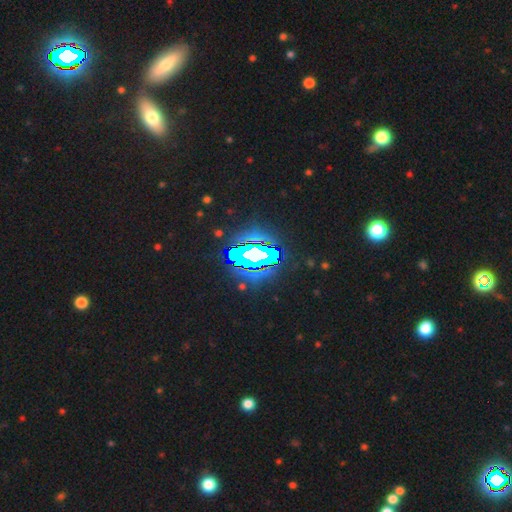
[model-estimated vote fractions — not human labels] Q: Smooth or featured?
A: star or artifact (63%); runner-up: featured or disk (19%)